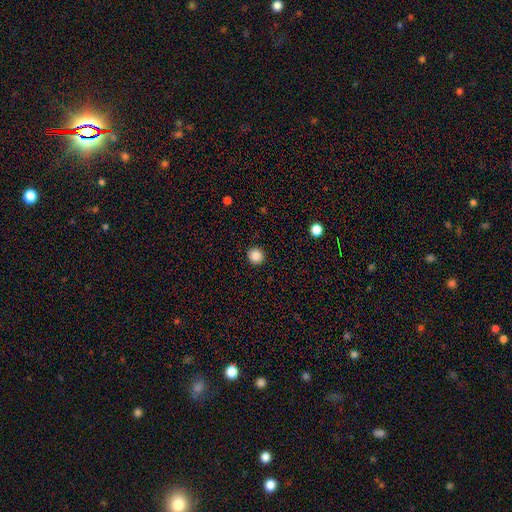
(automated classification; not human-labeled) Smooth or featured?
  - smooth: 86% *
  - star or artifact: 10%
  - featured or disk: 4%
How rounded?
  - round: 93% *
  - in between: 6%
  - cigar-shaped: 1%
Merging?
  - none: 93% *
  - minor disturbance: 5%
  - major disturbance: 2%
  - merger: 1%